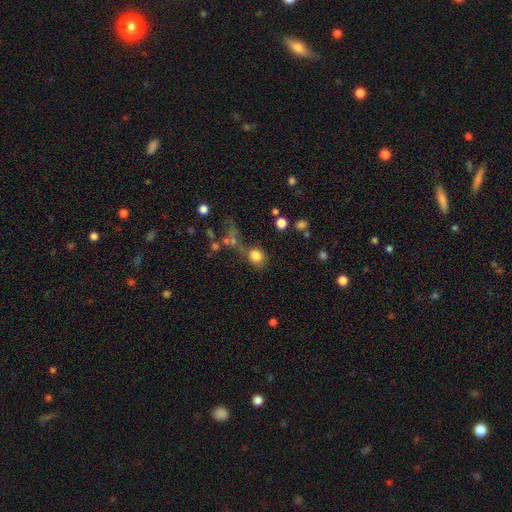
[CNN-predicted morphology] smooth_or_featured: smooth (p=0.80) [alt: star or artifact p=0.12]
how_rounded: round (p=0.72) [alt: in between p=0.27]
merging: none (p=0.54) [alt: merger p=0.17]